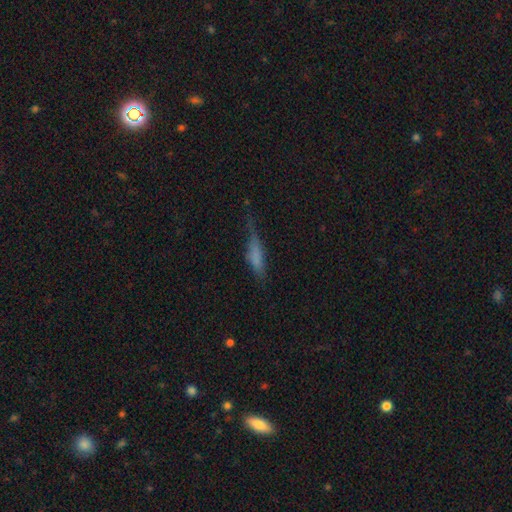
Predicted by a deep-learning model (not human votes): Smooth or featured? smooth (62%)
How rounded? cigar-shaped (69%)
Merging? none (44%)